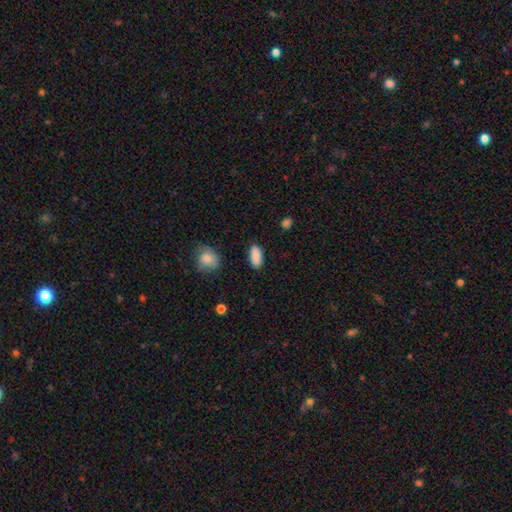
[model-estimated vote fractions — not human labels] Smooth or featured? Predicted: smooth (p=0.89). How rounded? Predicted: in between (p=0.90). Merging? Predicted: none (p=0.86).